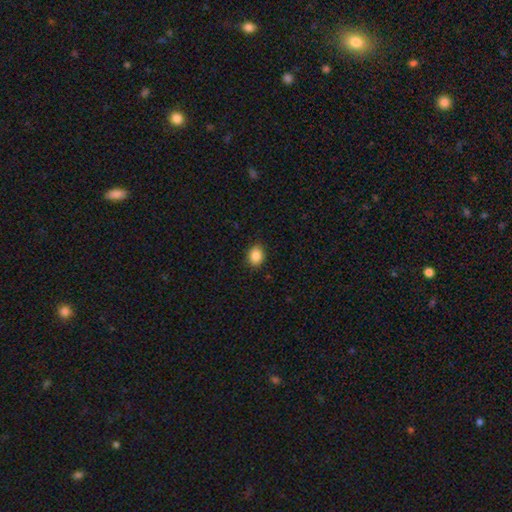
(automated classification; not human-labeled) Morphology: type=smooth (87%); roundness=in between (61%); merging=none (89%).